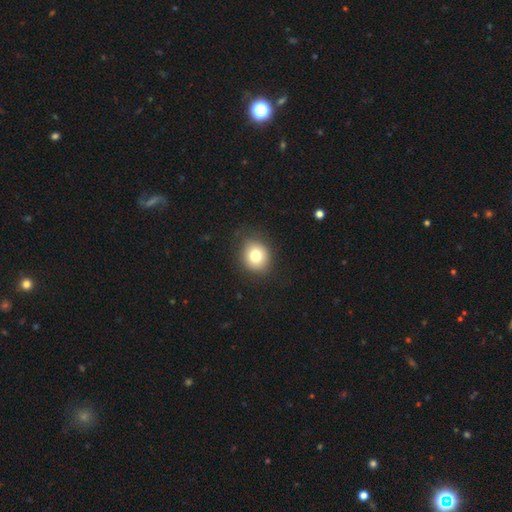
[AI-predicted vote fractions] Q: Smooth or featured?
A: smooth (77%); runner-up: featured or disk (12%)
Q: How rounded?
A: round (78%); runner-up: in between (21%)
Q: Merging?
A: none (84%); runner-up: minor disturbance (11%)